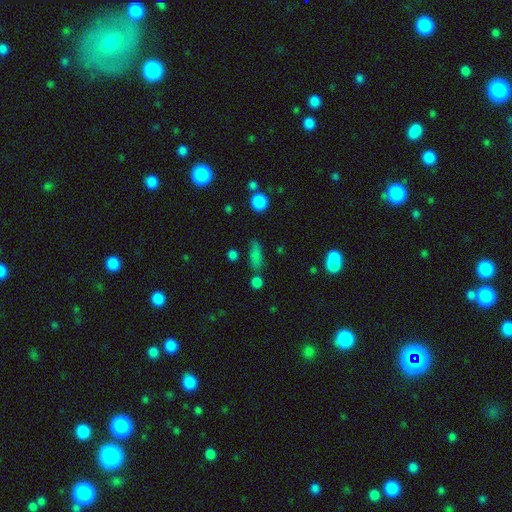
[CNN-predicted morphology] type=smooth (74%); roundness=in between (52%); merging=none (64%).